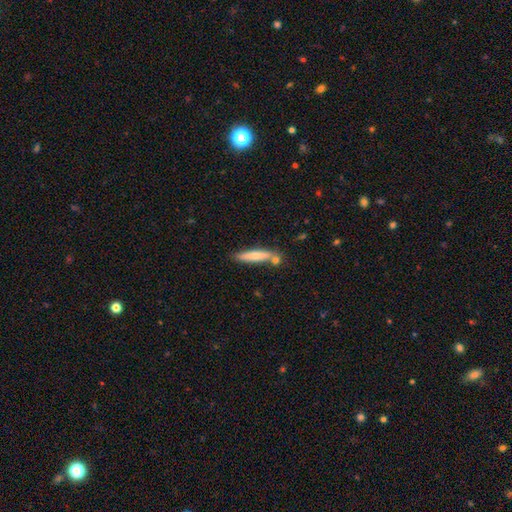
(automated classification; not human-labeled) A smooth galaxy with no disk features (71%) that is cigar-shaped (88%).

Vote fractions:
- Smooth or featured? smooth: 71% / featured or disk: 23% / star or artifact: 6%
- How rounded? cigar-shaped: 88% / in between: 10% / round: 2%
- Merging? none: 72% / minor disturbance: 13% / merger: 12% / major disturbance: 3%